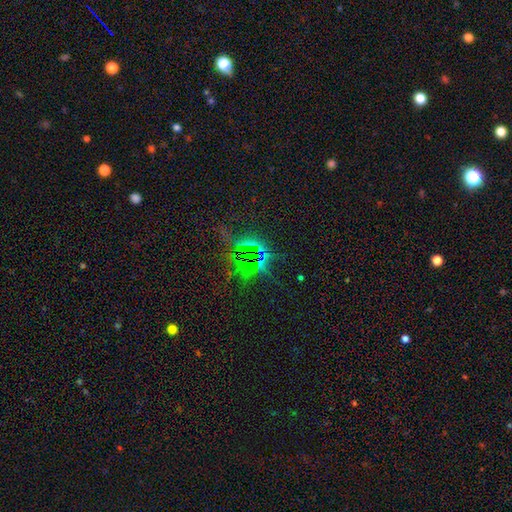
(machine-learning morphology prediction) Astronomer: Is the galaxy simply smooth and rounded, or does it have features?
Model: star or artifact — 80%.